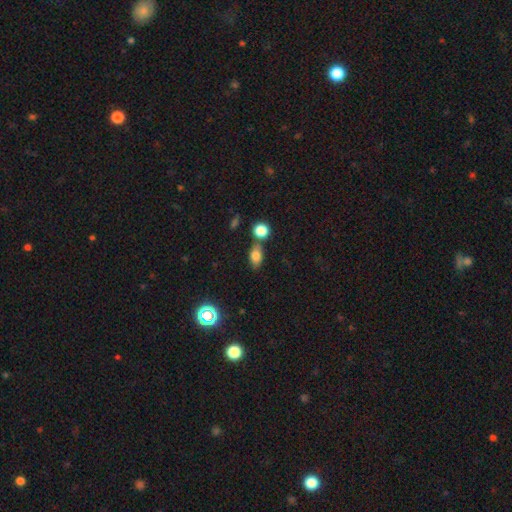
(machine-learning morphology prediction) smooth-or-featured: smooth: 78% | star or artifact: 12% | featured or disk: 10%
  how-rounded: in between: 80% | round: 16% | cigar-shaped: 3%
  merging: none: 65% | merger: 17% | minor disturbance: 14% | major disturbance: 4%